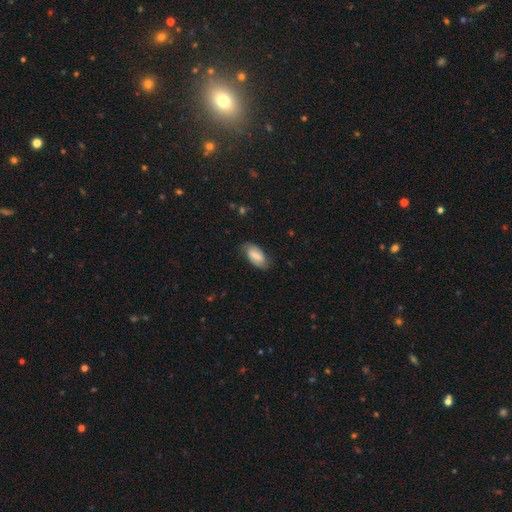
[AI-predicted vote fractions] Q: Smooth or featured?
A: smooth (57%); runner-up: featured or disk (37%)
Q: How rounded?
A: in between (92%); runner-up: cigar-shaped (5%)
Q: Merging?
A: none (77%); runner-up: minor disturbance (18%)